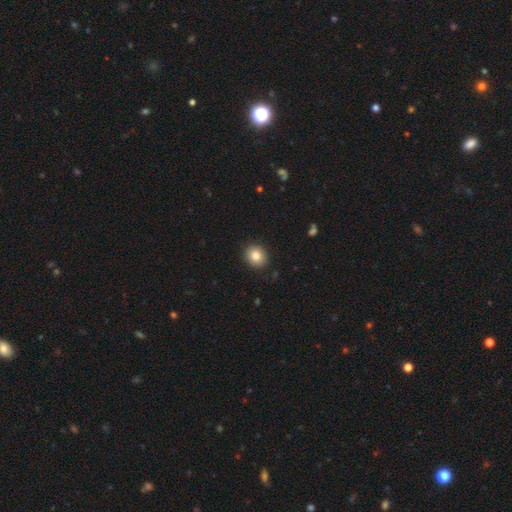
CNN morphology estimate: smooth-or-featured: smooth: 84% | star or artifact: 9% | featured or disk: 7%
  how-rounded: round: 73% | in between: 26% | cigar-shaped: 1%
  merging: none: 90% | minor disturbance: 7% | major disturbance: 2% | merger: 1%